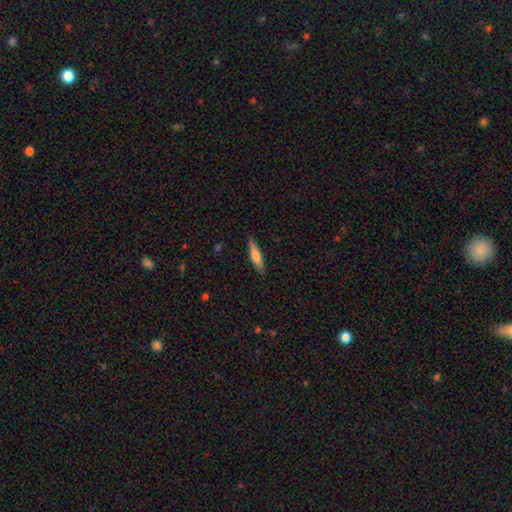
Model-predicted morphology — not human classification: smooth_or_featured: smooth (p=0.65) [alt: featured or disk p=0.29]
how_rounded: cigar-shaped (p=0.79) [alt: in between p=0.19]
merging: none (p=0.87) [alt: minor disturbance p=0.10]